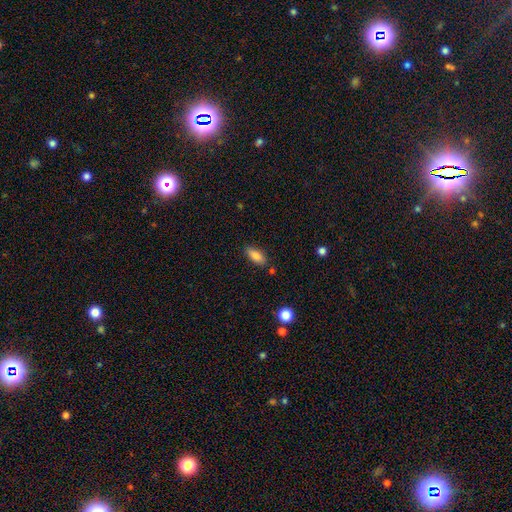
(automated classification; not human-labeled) Overall: smooth (85%). How rounded: in between (82%). Merging: none (83%).